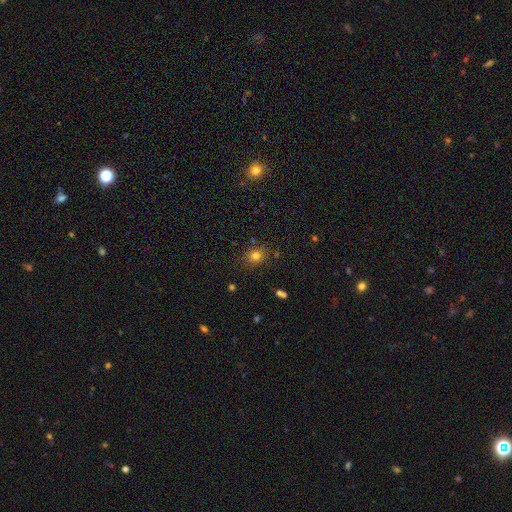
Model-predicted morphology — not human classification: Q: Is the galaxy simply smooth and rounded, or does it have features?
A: smooth — 76%.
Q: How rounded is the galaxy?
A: round — 71%.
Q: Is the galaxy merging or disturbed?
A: none — 82%.